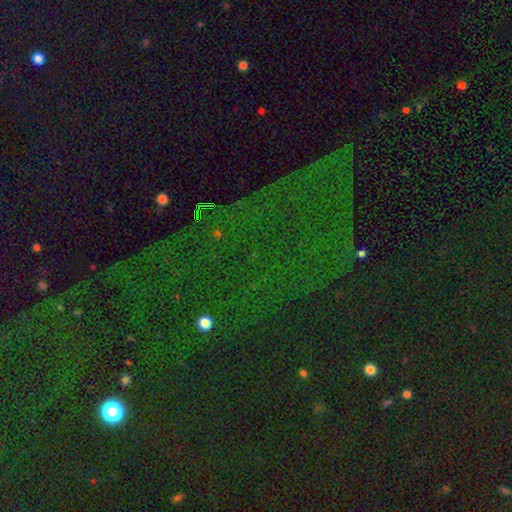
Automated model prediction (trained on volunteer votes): Q: Smooth or featured?
A: star or artifact (82%); runner-up: smooth (10%)